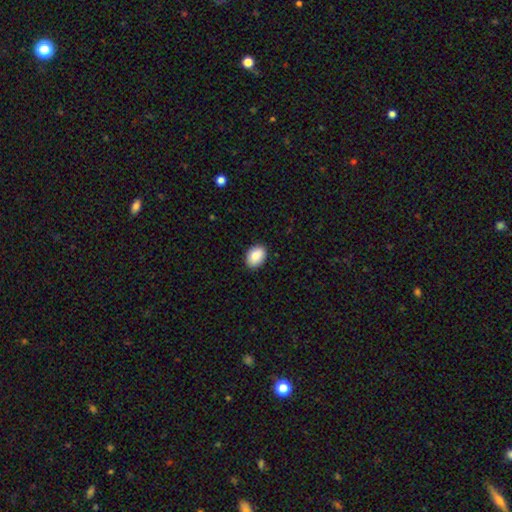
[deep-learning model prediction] smooth_or_featured: smooth (p=0.87) [alt: star or artifact p=0.07]
how_rounded: in between (p=0.80) [alt: round p=0.19]
merging: none (p=0.89) [alt: minor disturbance p=0.08]